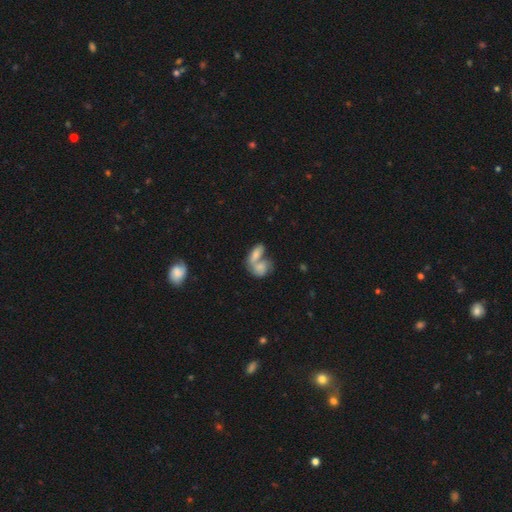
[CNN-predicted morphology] Smooth or featured? Predicted: smooth (p=0.62). How rounded? Predicted: in between (p=0.77). Merging? Predicted: merger (p=0.64).